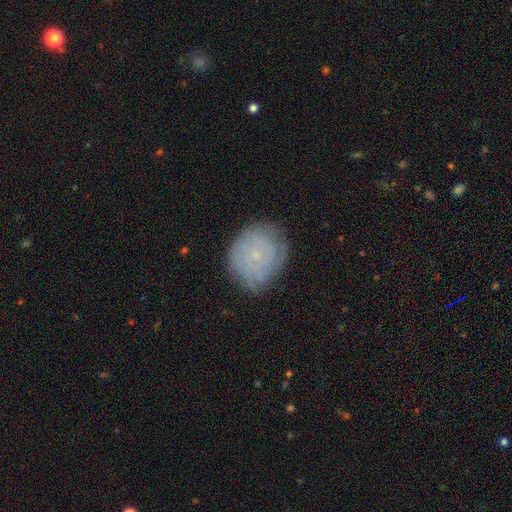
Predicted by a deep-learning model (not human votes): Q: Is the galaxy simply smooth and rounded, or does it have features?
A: featured or disk — 51%.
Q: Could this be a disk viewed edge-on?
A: no — 97%.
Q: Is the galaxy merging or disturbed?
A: none — 75%.